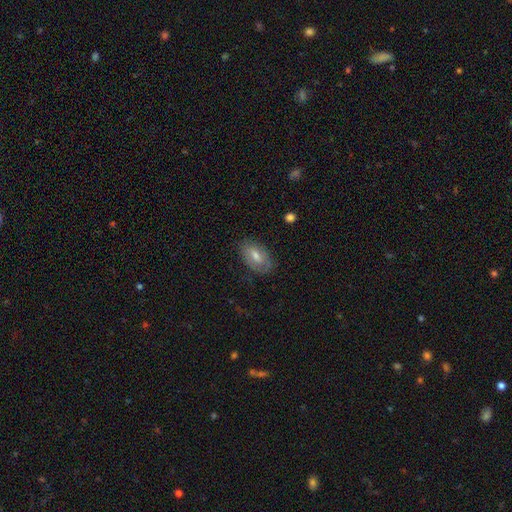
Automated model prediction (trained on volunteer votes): This appears to be a smooth galaxy with no disk features (50%) that is in between round and cigar-shaped (90%). Merging: none (77%).